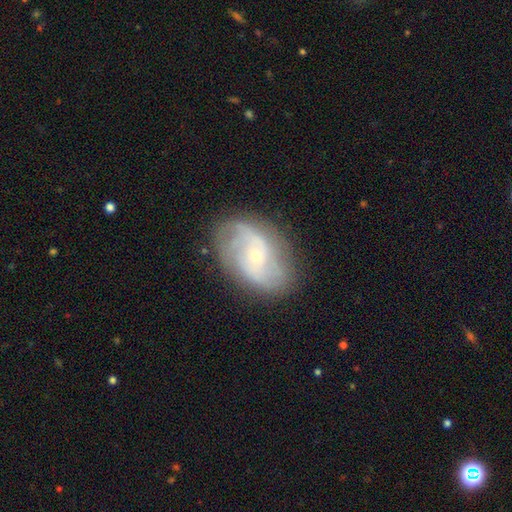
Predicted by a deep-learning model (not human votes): A featured or disk galaxy (80%) with no bar (61%), 2 (55%) medium (43%) spiral arms (92%) and a small central bulge (69%).

Vote fractions:
- Smooth or featured? featured or disk: 80% / smooth: 14% / star or artifact: 7%
- Edge-on disk? no: 96% / yes: 4%
- Bar? no: 61% / weak: 32% / strong: 7%
- Spiral arms? yes: 92% / no: 8%
- Spiral winding? medium: 43% / tight: 34% / loose: 23%
- Spiral arm count? 2: 55% / can't tell: 23% / 3: 11% / 4: 4% / 1: 4% / more than 4: 3%
- Bulge size? small: 69% / moderate: 28% / large: 2% / none: 1% / dominant: 1%
- Merging? none: 76% / minor disturbance: 16% / major disturbance: 6% / merger: 1%